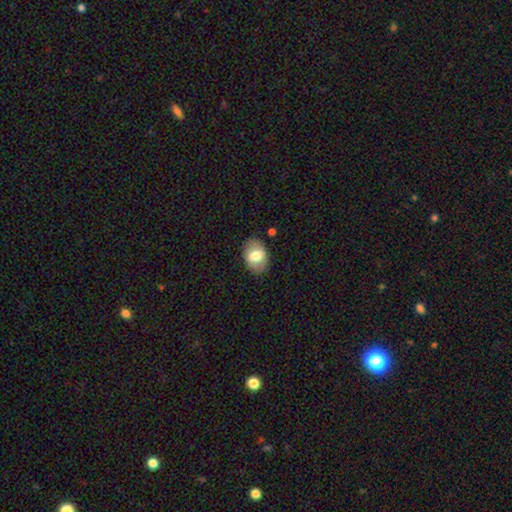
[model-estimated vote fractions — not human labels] smooth 73%, featured or disk 20%, star or artifact 7%. Down the decision tree: how rounded — in between (82%); merging — none (85%).